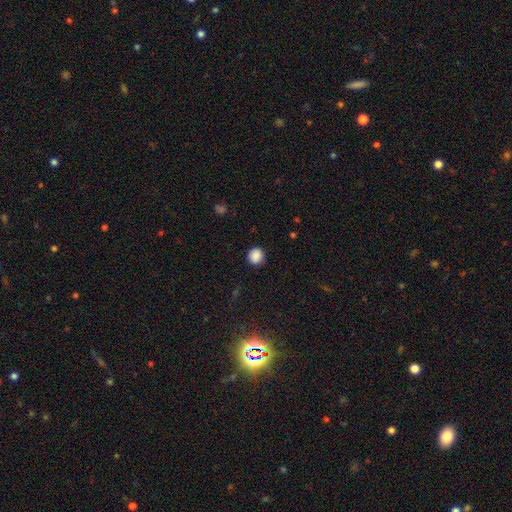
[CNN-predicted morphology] Smooth or featured? smooth (88%)
How rounded? round (88%)
Merging? none (89%)